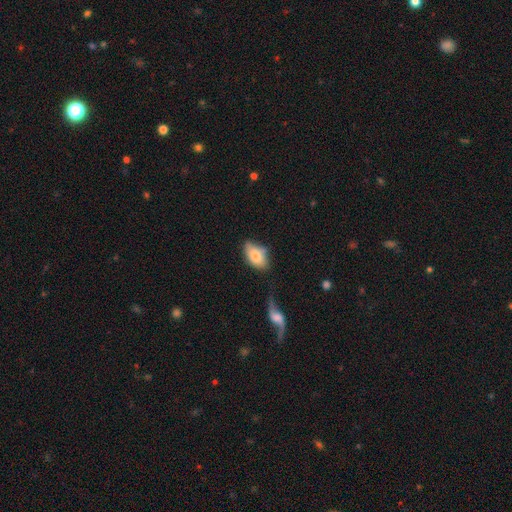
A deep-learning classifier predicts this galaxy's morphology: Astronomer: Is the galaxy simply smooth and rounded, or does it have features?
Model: smooth — 77%.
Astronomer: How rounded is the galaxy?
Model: in between — 90%.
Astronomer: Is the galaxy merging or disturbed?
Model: none — 53% (runner-up: minor disturbance, 29%).